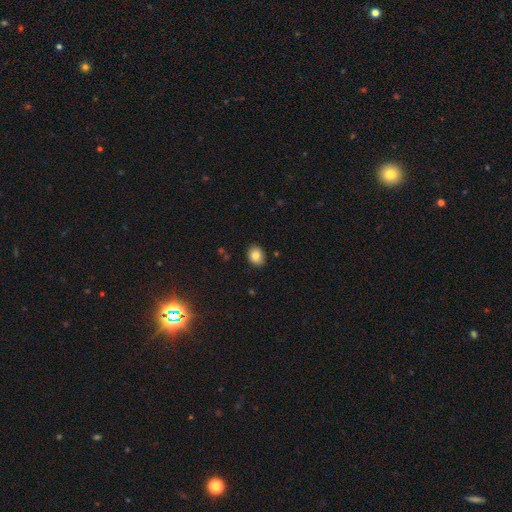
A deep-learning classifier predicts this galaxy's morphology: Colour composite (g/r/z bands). It shows a smooth galaxy with no disk features (85%) that is in between round and cigar-shaped (54%). Merging: none (87%).